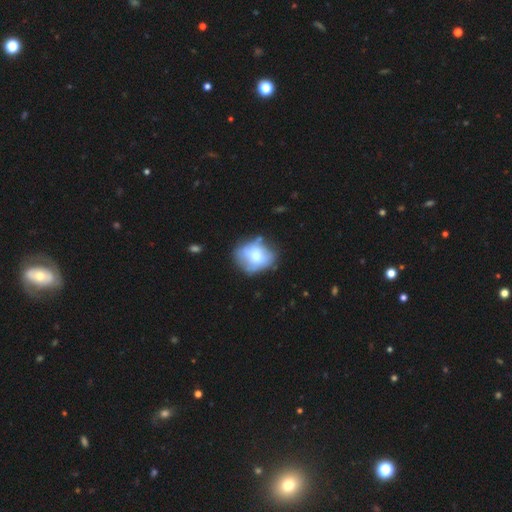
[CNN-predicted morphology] This is likely a smooth galaxy (61%). How rounded: possibly in between (51%). Merging: possibly none (51%).